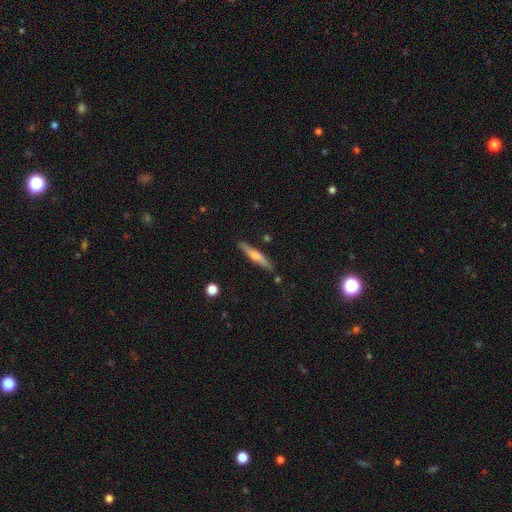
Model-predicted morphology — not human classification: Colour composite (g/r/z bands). It shows a smooth galaxy with no disk features (52%) that is cigar-shaped (91%). Merging: none (87%).